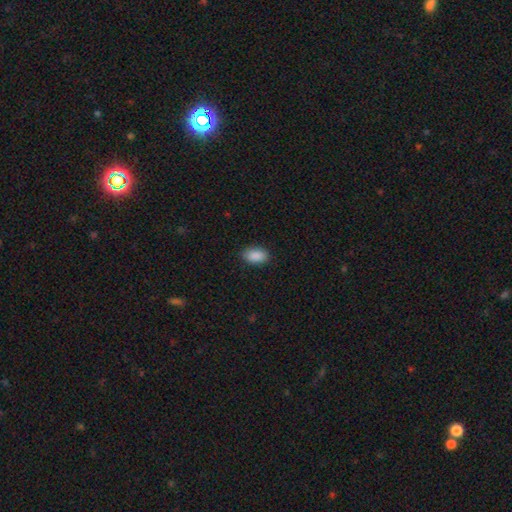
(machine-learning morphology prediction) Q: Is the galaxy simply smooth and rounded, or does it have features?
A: smooth — 90%.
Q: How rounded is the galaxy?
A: in between — 91%.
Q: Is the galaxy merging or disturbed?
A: none — 86%.